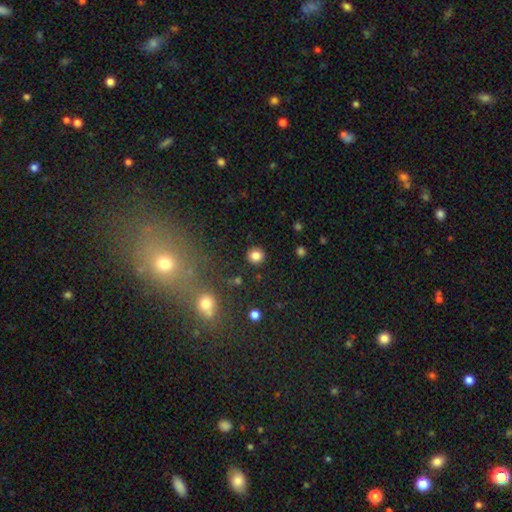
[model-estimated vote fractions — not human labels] This appears to be a smooth galaxy with no disk features (84%) that is round (92%). Merging: none (91%).